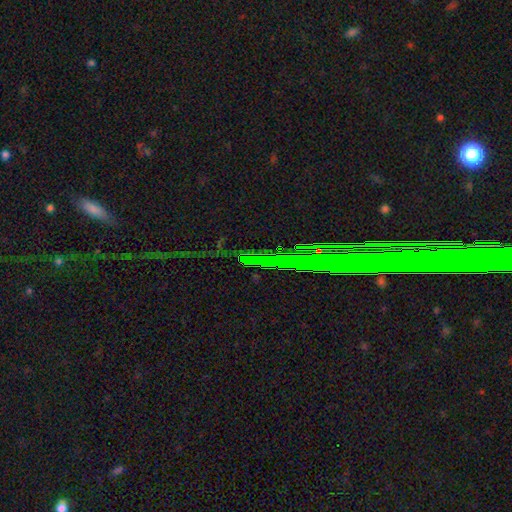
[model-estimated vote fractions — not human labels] This is likely a star or artifact rather than a galaxy (73%).